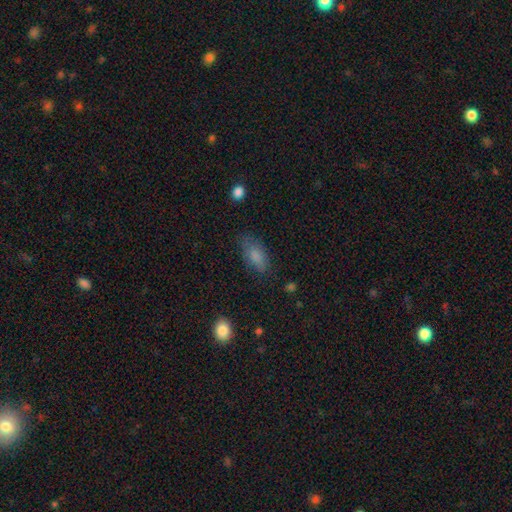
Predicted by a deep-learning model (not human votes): Q: Smooth or featured?
A: smooth (81%); runner-up: featured or disk (10%)
Q: How rounded?
A: in between (88%); runner-up: cigar-shaped (8%)
Q: Merging?
A: none (70%); runner-up: minor disturbance (21%)